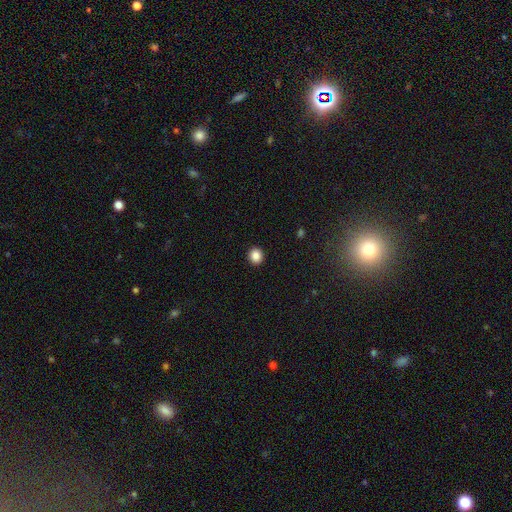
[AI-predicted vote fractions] The model was most divided on "how rounded": round: 86%, in between: 13%, cigar-shaped: 1%. More confident: merging — none (93%); smooth or featured — smooth (87%).